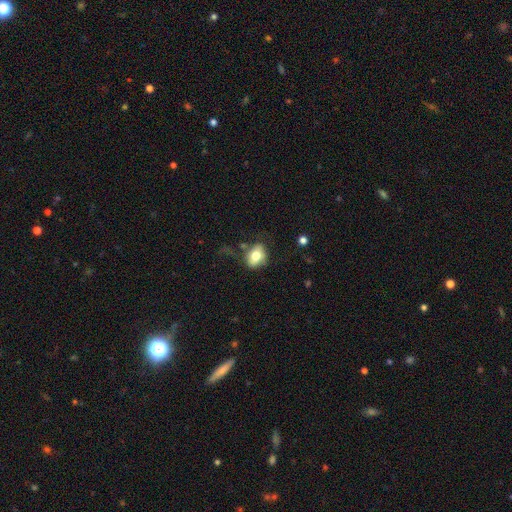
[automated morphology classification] Smooth or featured? smooth (72%)
How rounded? in between (65%)
Merging? none (55%)